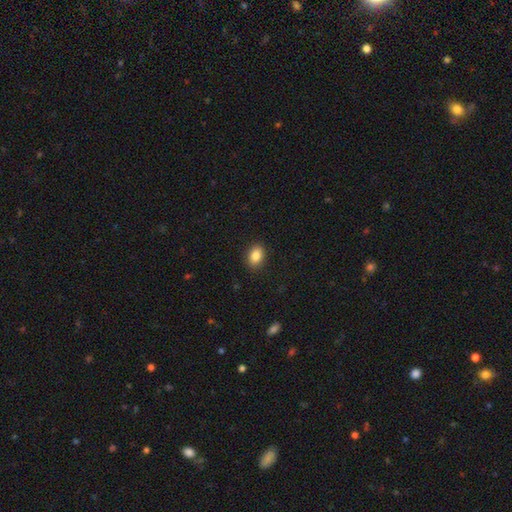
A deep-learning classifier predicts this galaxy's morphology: type=smooth (86%); roundness=in between (77%); merging=none (90%).